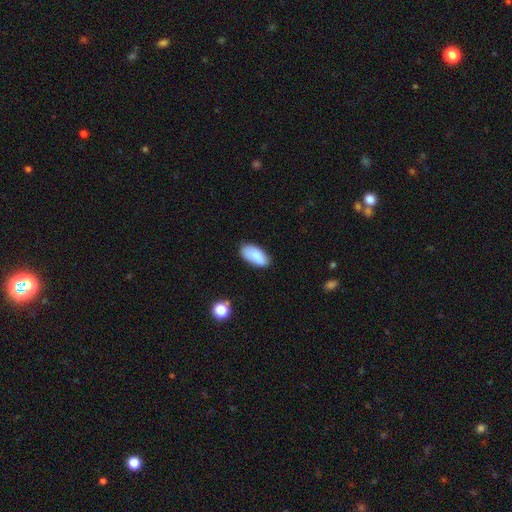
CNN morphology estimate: Smooth or featured? smooth (85%)
How rounded? in between (92%)
Merging? none (75%)